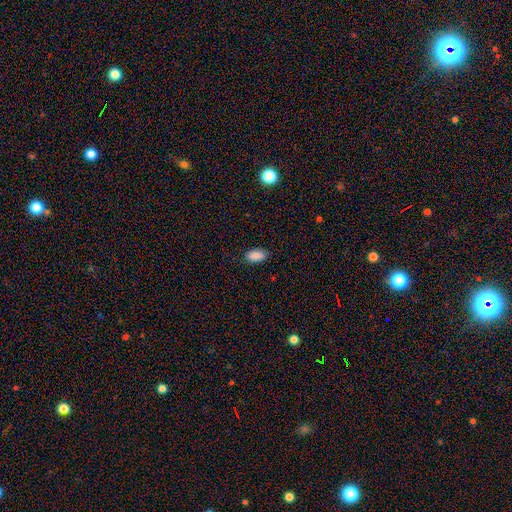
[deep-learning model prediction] Smooth or featured? smooth (88%)
How rounded? in between (93%)
Merging? none (87%)